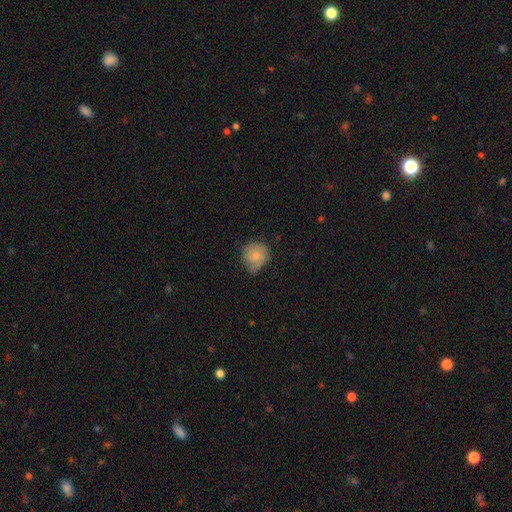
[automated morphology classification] Q: Smooth or featured?
A: smooth (71%); runner-up: featured or disk (22%)
Q: How rounded?
A: round (83%); runner-up: in between (16%)
Q: Merging?
A: none (49%); runner-up: minor disturbance (39%)